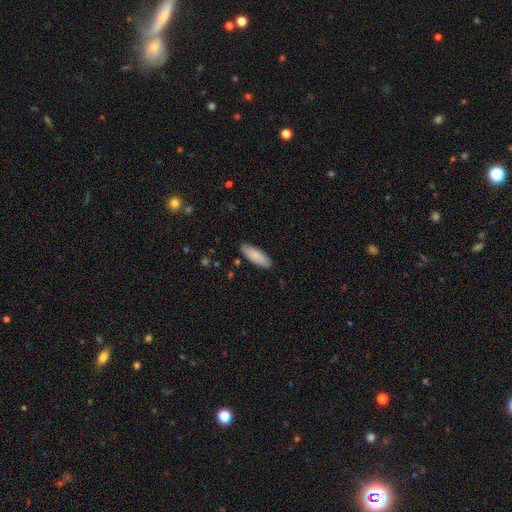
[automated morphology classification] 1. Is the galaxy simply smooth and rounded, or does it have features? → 86% smooth, 9% featured or disk, 6% star or artifact.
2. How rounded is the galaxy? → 64% in between, 34% cigar-shaped, 1% round.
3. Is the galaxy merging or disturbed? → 87% none, 10% minor disturbance, 2% major disturbance, 1% merger.